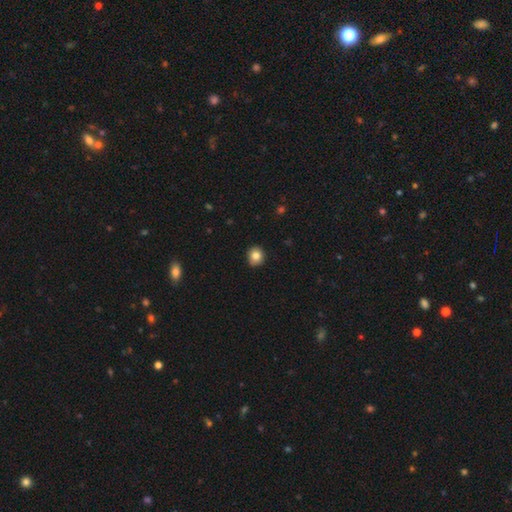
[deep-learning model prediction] smooth_or_featured: smooth (p=0.83) [alt: star or artifact p=0.10]
how_rounded: round (p=0.85) [alt: in between p=0.14]
merging: none (p=0.87) [alt: minor disturbance p=0.10]